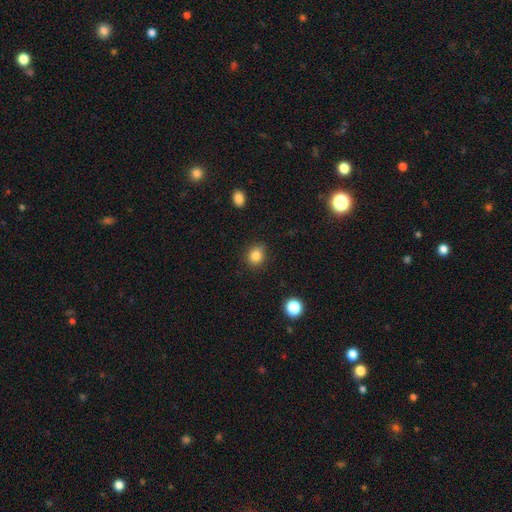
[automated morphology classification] Q: Smooth or featured?
A: smooth (84%); runner-up: star or artifact (11%)
Q: How rounded?
A: round (67%); runner-up: in between (32%)
Q: Merging?
A: none (85%); runner-up: minor disturbance (11%)